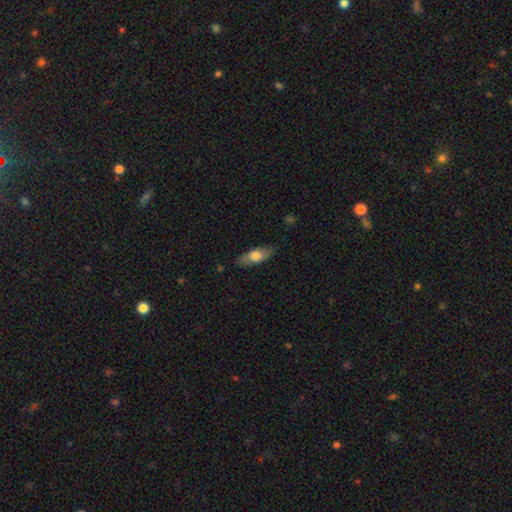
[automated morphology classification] Smooth or featured: smooth — 65% (featured or disk — 29%)
How rounded: in between — 73% (cigar-shaped — 24%)
Merging: none — 83% (minor disturbance — 14%)